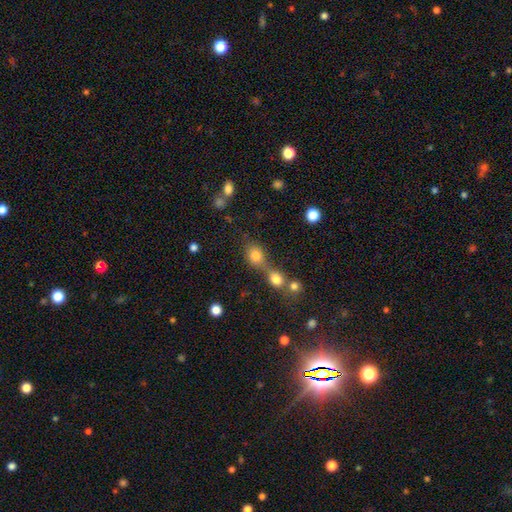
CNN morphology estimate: Smooth or featured? smooth (80%)
How rounded? round (63%)
Merging? merger (48%)